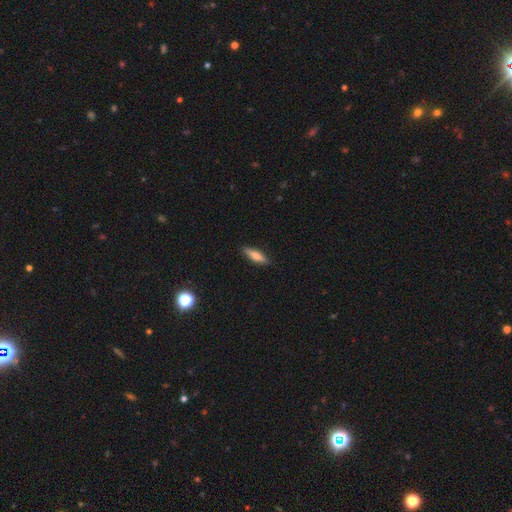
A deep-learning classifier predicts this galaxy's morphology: Smooth or featured? Predicted: smooth (p=0.63). How rounded? Predicted: cigar-shaped (p=0.65). Merging? Predicted: none (p=0.88).